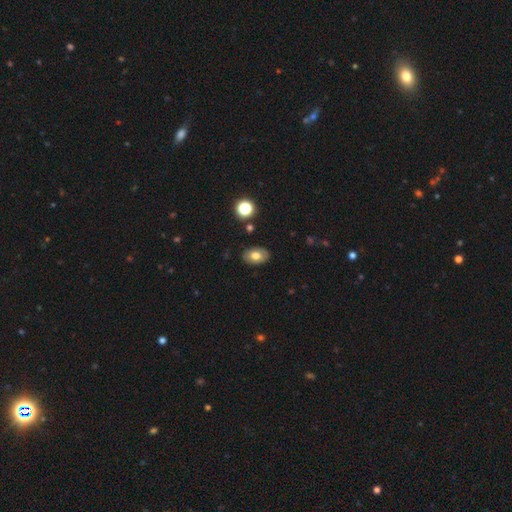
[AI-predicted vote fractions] smooth_or_featured: smooth (p=0.72) [alt: featured or disk p=0.19]
how_rounded: in between (p=0.84) [alt: round p=0.14]
merging: none (p=0.86) [alt: minor disturbance p=0.10]